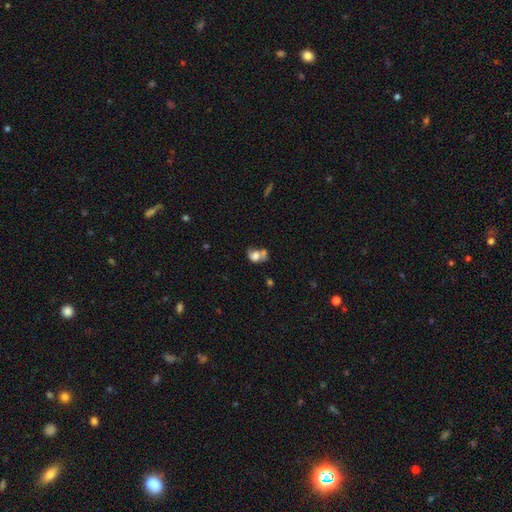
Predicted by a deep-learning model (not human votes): Smooth or featured? Predicted: smooth (p=0.63). How rounded? Predicted: in between (p=0.60). Merging? Predicted: merger (p=0.47).